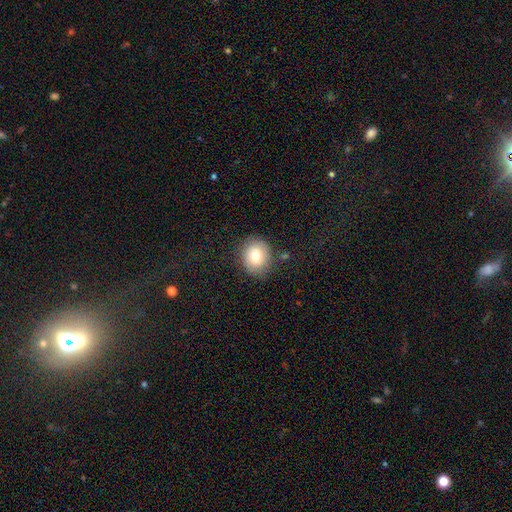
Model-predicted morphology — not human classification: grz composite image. It shows a smooth galaxy with no disk features (75%) that is round (70%). Merging: none (82%).